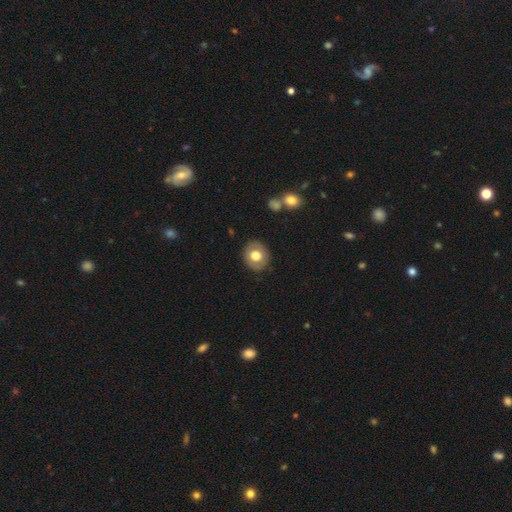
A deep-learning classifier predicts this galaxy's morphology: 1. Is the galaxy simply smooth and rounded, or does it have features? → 67% smooth, 26% featured or disk, 7% star or artifact.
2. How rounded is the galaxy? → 69% round, 30% in between, 1% cigar-shaped.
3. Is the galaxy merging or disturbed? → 86% none, 10% minor disturbance, 3% major disturbance, 1% merger.